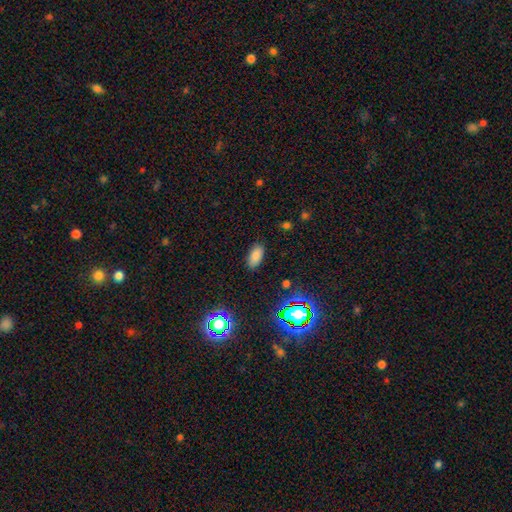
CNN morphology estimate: type=smooth (81%); roundness=in between (92%); merging=none (86%).